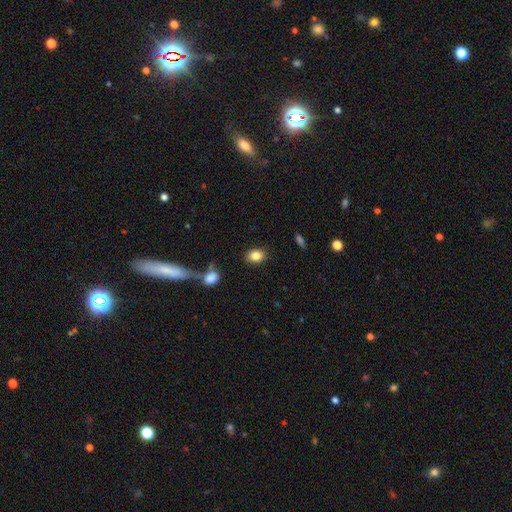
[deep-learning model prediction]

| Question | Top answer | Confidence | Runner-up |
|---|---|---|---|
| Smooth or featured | smooth | 84% | star or artifact (9%) |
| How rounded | in between | 66% | round (33%) |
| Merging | none | 86% | minor disturbance (9%) |